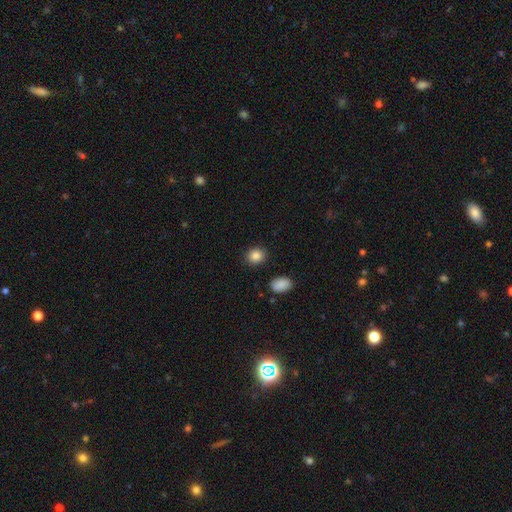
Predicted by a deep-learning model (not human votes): Morphology: type=smooth (86%); roundness=round (63%); merging=none (88%).